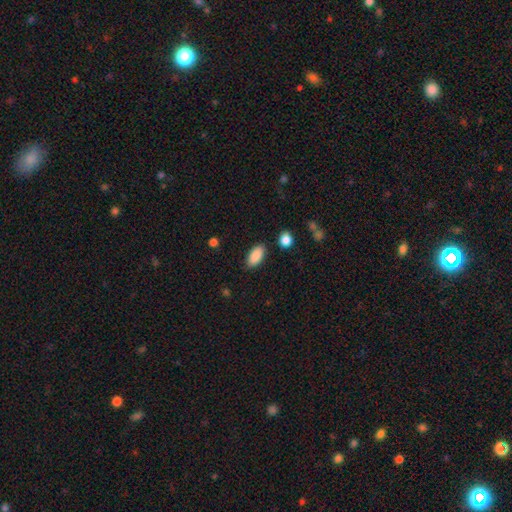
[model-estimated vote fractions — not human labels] Overall: smooth (89%). How rounded: in between (91%). Merging: none (86%).